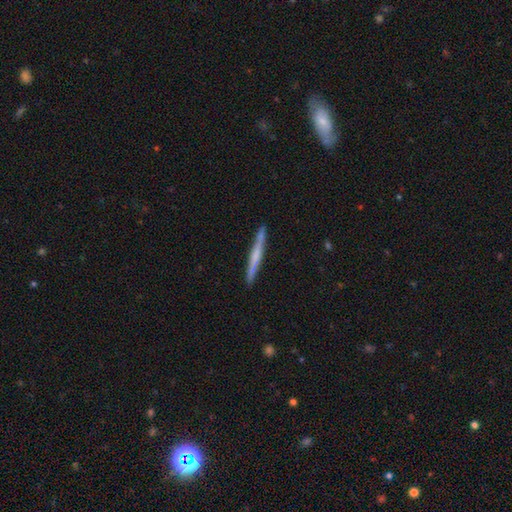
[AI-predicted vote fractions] Smooth or featured? Predicted: featured or disk (p=0.51). Edge-on disk? Predicted: yes (p=0.97). Merging? Predicted: none (p=0.90).